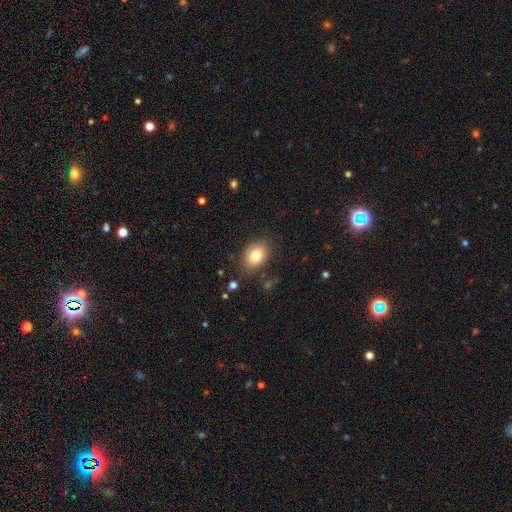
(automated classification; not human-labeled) A smooth galaxy with no disk features (81%) that is in between round and cigar-shaped (77%). Merging: none (82%).